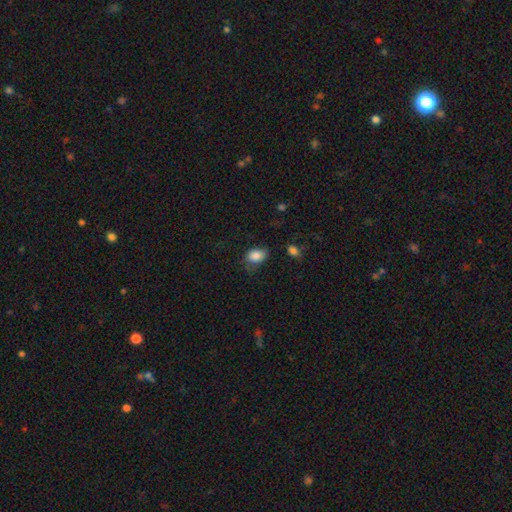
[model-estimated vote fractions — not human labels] This is clearly a smooth galaxy (83%). How rounded: likely in between (66%). Merging: possibly none (48%).